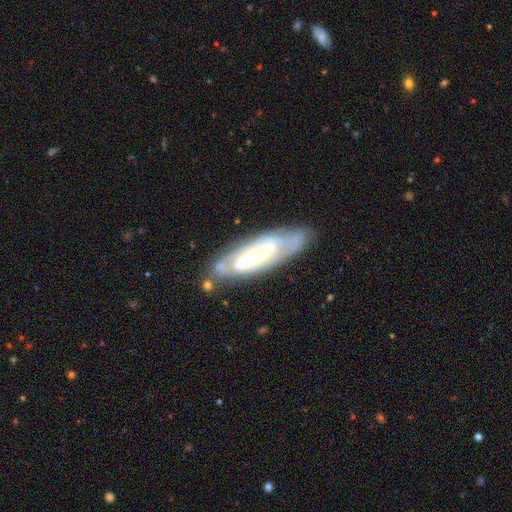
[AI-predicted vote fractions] Smooth or featured? Predicted: featured or disk (p=0.83). Edge-on disk? Predicted: no (p=0.87). Bar? Predicted: weak (p=0.43). Spiral arms? Predicted: yes (p=0.93). Spiral winding? Predicted: tight (p=0.48). Spiral arm count? Predicted: 2 (p=0.57). Bulge size? Predicted: moderate (p=0.47). Merging? Predicted: none (p=0.75).